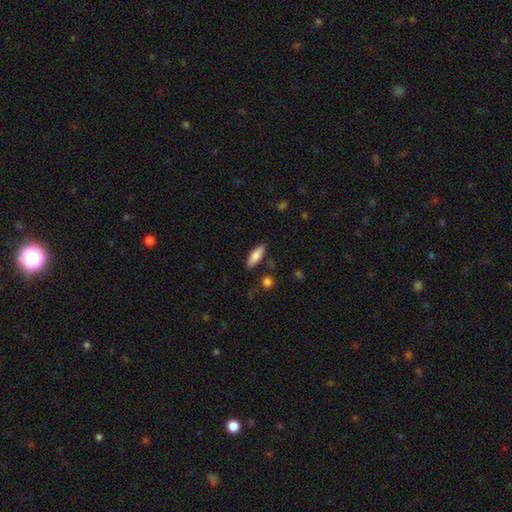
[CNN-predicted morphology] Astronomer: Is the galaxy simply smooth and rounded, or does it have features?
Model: smooth — 77%.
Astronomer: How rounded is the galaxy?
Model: in between — 63%.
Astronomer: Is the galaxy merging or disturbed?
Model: none — 83%.